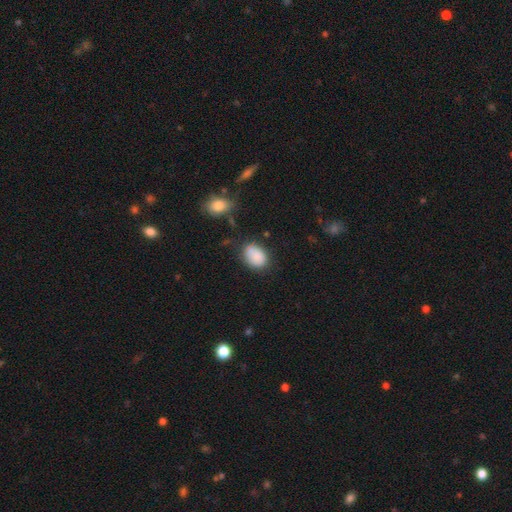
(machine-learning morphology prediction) A smooth galaxy with no disk features (87%) that is in between round and cigar-shaped (78%).

Vote fractions:
- Smooth or featured? smooth: 87% / star or artifact: 8% / featured or disk: 5%
- How rounded? in between: 78% / round: 21% / cigar-shaped: 1%
- Merging? none: 69% / minor disturbance: 21% / major disturbance: 6% / merger: 4%